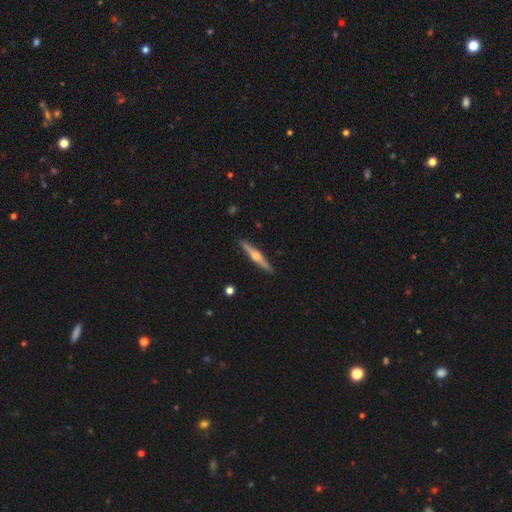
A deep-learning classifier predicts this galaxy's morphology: Smooth or featured: featured or disk — 72% (smooth — 23%)
Edge-on disk: yes — 98% (no — 2%)
Edge-on bulge: rounded — 89% (boxy — 7%)
Merging: none — 91% (minor disturbance — 7%)